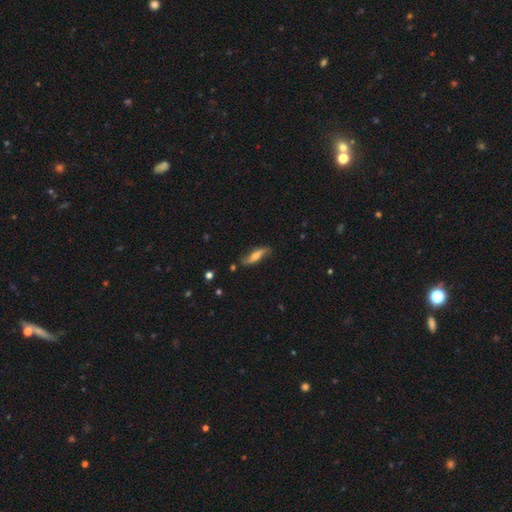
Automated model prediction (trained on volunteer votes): smooth-or-featured: featured or disk: 52% | smooth: 41% | star or artifact: 6%
  disk-edge-on: no: 52% | yes: 48%
  merging: none: 75% | minor disturbance: 19% | major disturbance: 4% | merger: 2%